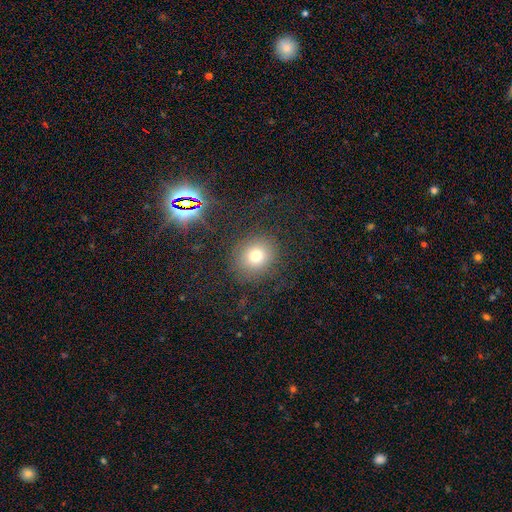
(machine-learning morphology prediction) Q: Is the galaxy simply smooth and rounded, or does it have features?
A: smooth — 71%.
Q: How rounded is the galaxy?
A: round — 81%.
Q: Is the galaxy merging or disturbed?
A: none — 82%.